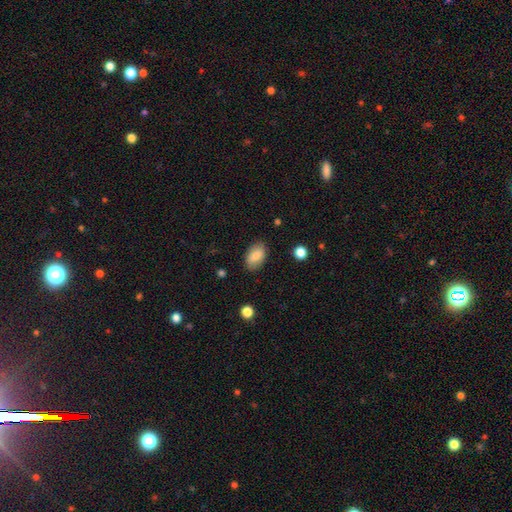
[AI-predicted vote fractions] This appears to be a smooth galaxy with no disk features (83%) that is in between round and cigar-shaped (92%). Merging: none (84%).